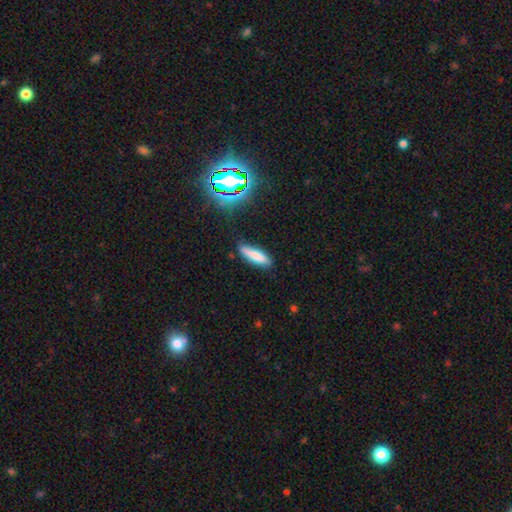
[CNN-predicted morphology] This appears to be a smooth galaxy with no disk features (76%) that is cigar-shaped (68%). Merging: none (80%).